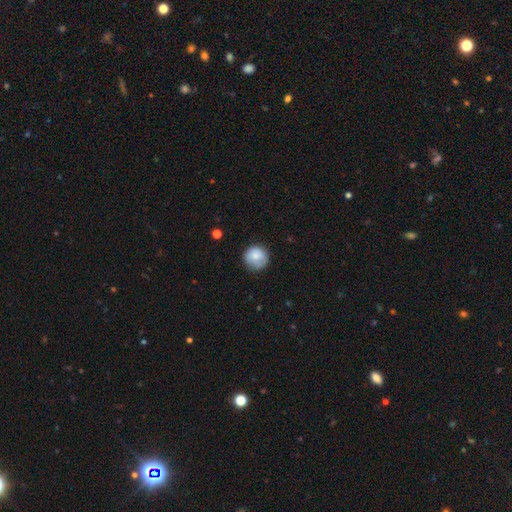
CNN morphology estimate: Smooth or featured?
  - smooth: 83% *
  - featured or disk: 10%
  - star or artifact: 7%
How rounded?
  - round: 93% *
  - in between: 6%
  - cigar-shaped: 1%
Merging?
  - none: 79% *
  - minor disturbance: 16%
  - major disturbance: 4%
  - merger: 1%